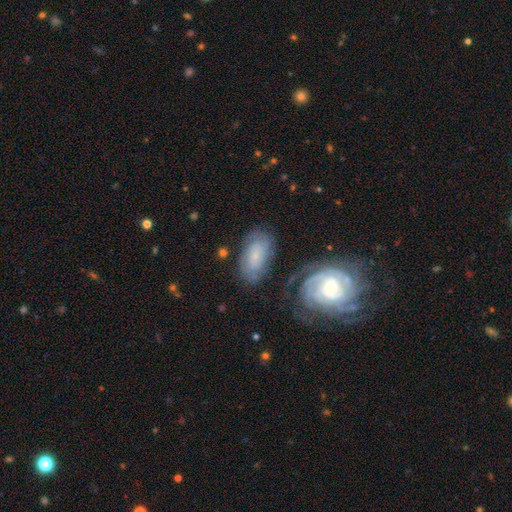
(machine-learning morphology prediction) Smooth or featured: featured or disk — 54% (smooth — 37%)
Edge-on disk: no — 93% (yes — 7%)
Bar: no — 65% (weak — 28%)
Spiral arms: yes — 87% (no — 13%)
Bulge size: small — 71% (moderate — 19%)
Merging: none — 65% (minor disturbance — 19%)